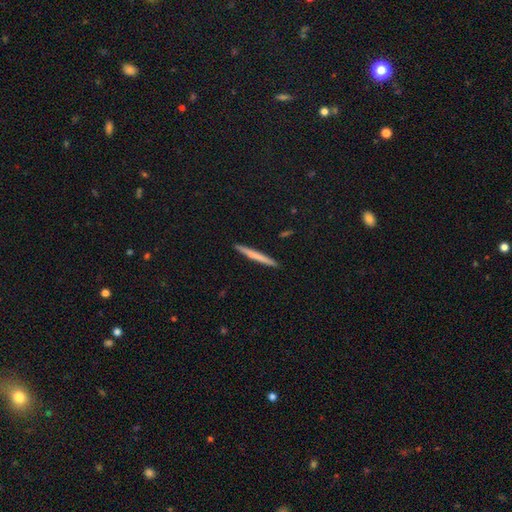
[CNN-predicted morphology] Smooth or featured: smooth — 57% (featured or disk — 36%)
How rounded: cigar-shaped — 96% (in between — 2%)
Merging: none — 92% (minor disturbance — 5%)